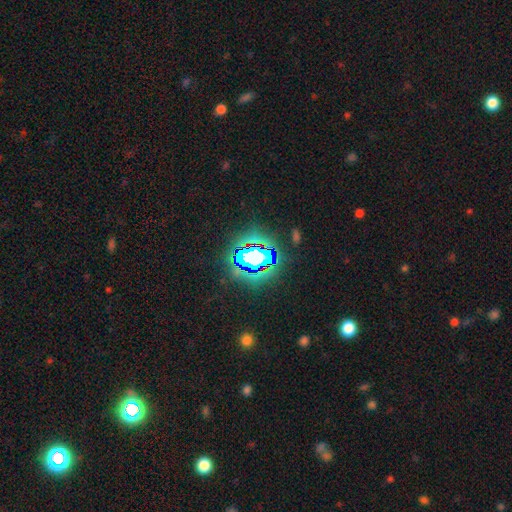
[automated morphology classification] Smooth or featured?
  - star or artifact: 70% *
  - smooth: 17%
  - featured or disk: 13%